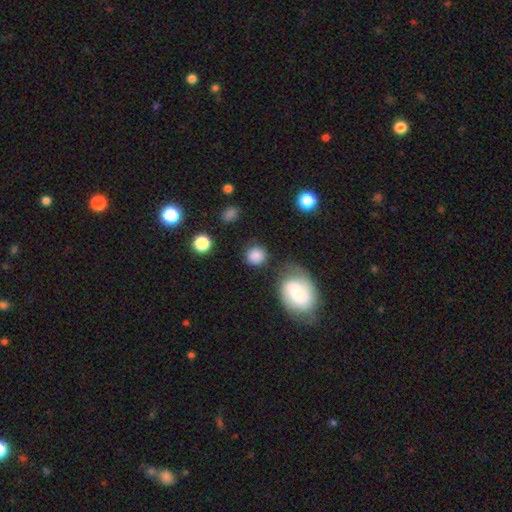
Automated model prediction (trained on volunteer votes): Smooth or featured: smooth — 84% (star or artifact — 8%)
How rounded: round — 86% (in between — 12%)
Merging: none — 76% (minor disturbance — 12%)